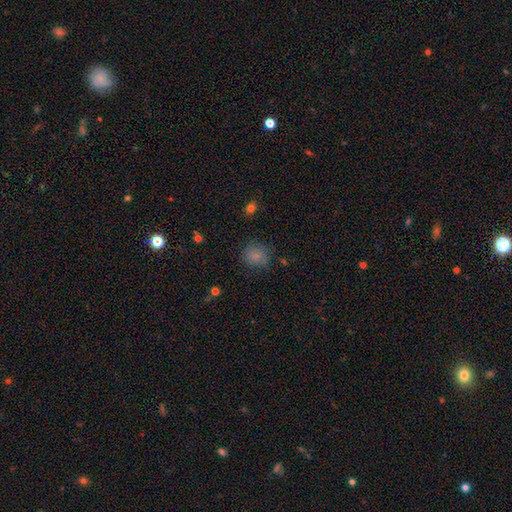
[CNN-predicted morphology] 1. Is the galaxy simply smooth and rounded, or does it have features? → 82% smooth, 11% star or artifact, 7% featured or disk.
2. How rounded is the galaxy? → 82% round, 17% in between, 1% cigar-shaped.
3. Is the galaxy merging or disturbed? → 78% none, 16% minor disturbance, 5% major disturbance, 1% merger.